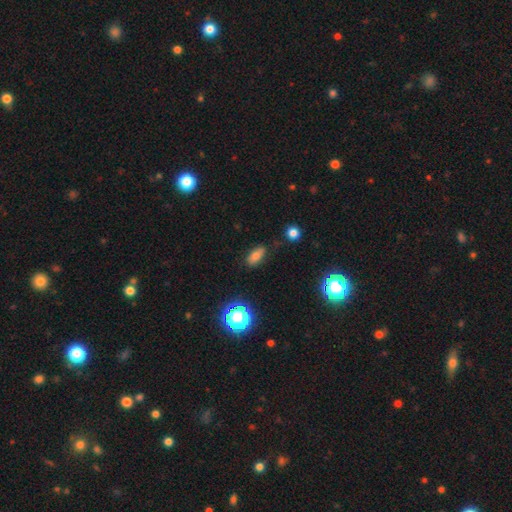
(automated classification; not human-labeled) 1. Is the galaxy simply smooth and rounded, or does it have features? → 69% smooth, 18% star or artifact, 13% featured or disk.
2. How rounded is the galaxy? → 83% in between, 10% cigar-shaped, 7% round.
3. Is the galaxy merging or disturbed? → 77% none, 17% minor disturbance, 4% major disturbance, 2% merger.